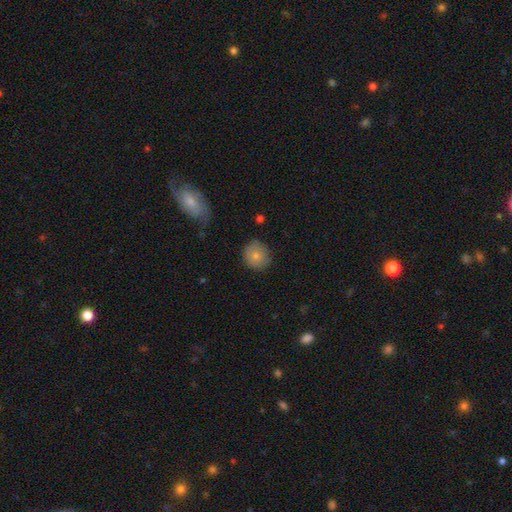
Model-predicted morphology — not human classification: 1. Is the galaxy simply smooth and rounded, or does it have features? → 79% smooth, 12% featured or disk, 9% star or artifact.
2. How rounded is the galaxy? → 88% round, 11% in between, 1% cigar-shaped.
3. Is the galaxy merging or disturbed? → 83% none, 13% minor disturbance, 3% major disturbance, 1% merger.